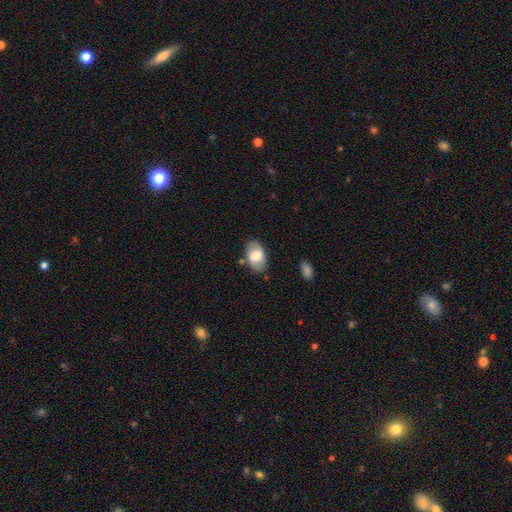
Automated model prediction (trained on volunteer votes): Morphology: type=smooth (57%); roundness=in between (91%); merging=none (78%).